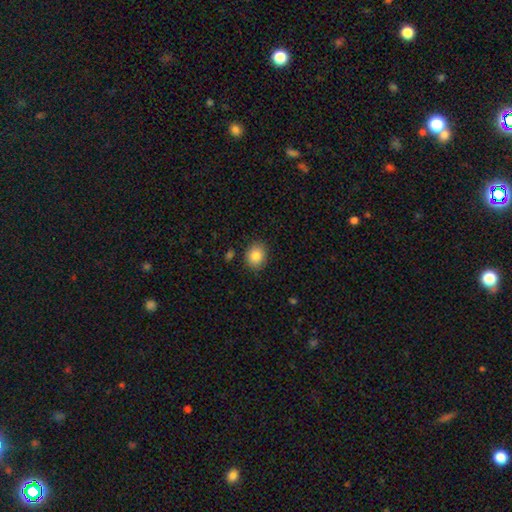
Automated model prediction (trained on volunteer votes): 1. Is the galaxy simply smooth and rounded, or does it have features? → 85% smooth, 8% star or artifact, 6% featured or disk.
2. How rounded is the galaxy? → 60% round, 39% in between, 1% cigar-shaped.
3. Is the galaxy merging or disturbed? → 86% none, 10% minor disturbance, 2% major disturbance, 2% merger.